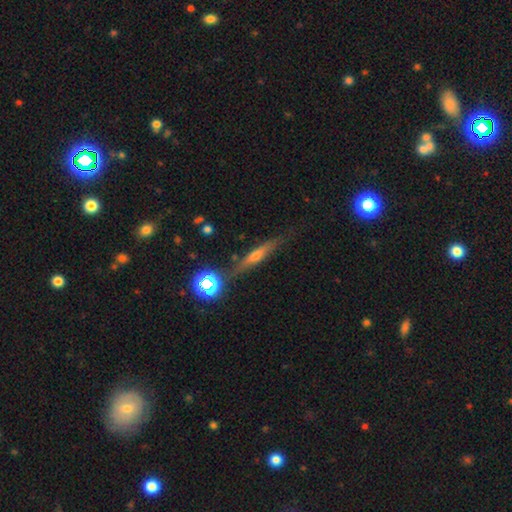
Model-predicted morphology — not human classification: smooth_or_featured: featured or disk (p=0.54) [alt: smooth p=0.32]
disk_edge_on: yes (p=0.92) [alt: no p=0.08]
merging: none (p=0.78) [alt: minor disturbance p=0.14]